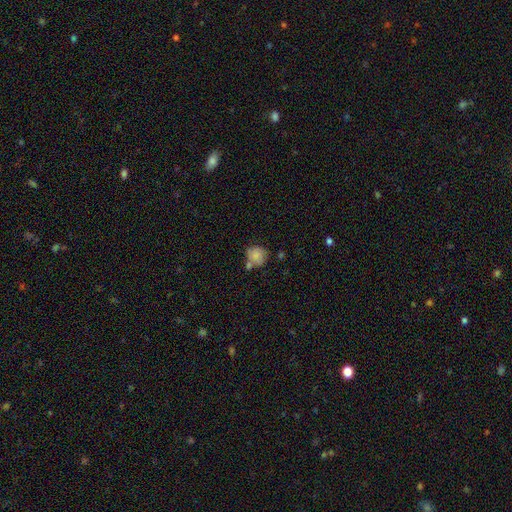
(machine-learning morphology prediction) Smooth or featured? smooth (82%)
How rounded? round (83%)
Merging? none (54%)